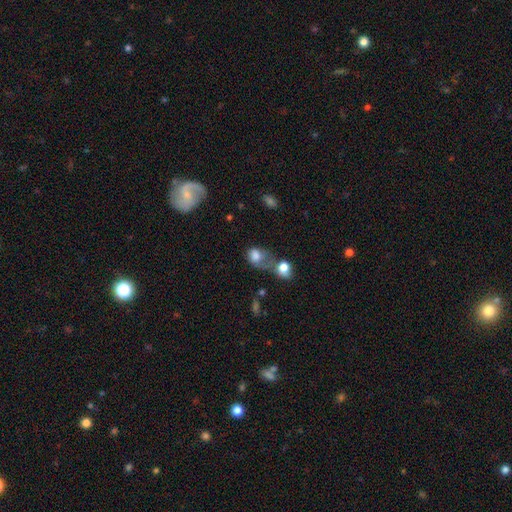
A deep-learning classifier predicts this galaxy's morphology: A smooth galaxy with no disk features (74%) that is in between round and cigar-shaped (63%).

Vote fractions:
- Smooth or featured? smooth: 74% / featured or disk: 16% / star or artifact: 9%
- How rounded? in between: 63% / round: 36% / cigar-shaped: 1%
- Merging? merger: 39% / major disturbance: 25% / none: 19% / minor disturbance: 17%